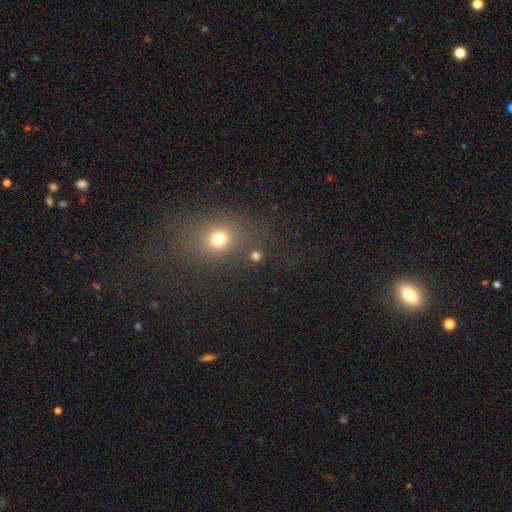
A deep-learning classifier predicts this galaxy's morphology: smooth_or_featured: smooth (p=0.72) [alt: star or artifact p=0.21]
how_rounded: round (p=0.88) [alt: in between p=0.11]
merging: none (p=0.77) [alt: merger p=0.11]